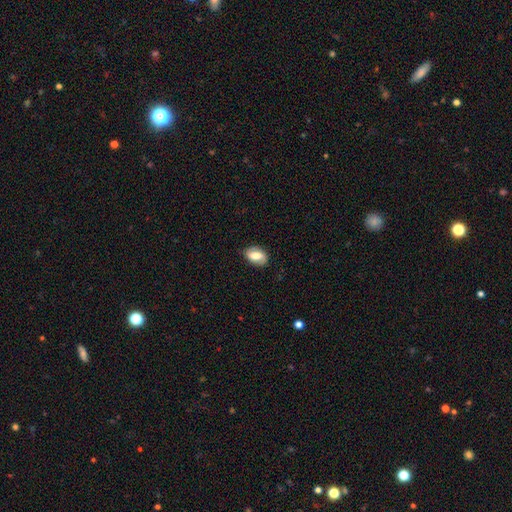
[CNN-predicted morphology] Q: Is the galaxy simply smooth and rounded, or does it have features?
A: smooth — 63%.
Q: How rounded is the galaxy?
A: in between — 86%.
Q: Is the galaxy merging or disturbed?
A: none — 81%.